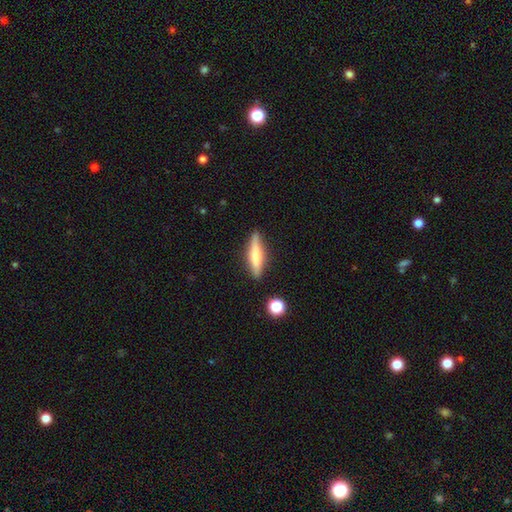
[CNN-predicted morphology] A smooth galaxy with no disk features (54%) that is cigar-shaped (82%).

Vote fractions:
- Smooth or featured? smooth: 54% / featured or disk: 39% / star or artifact: 7%
- How rounded? cigar-shaped: 82% / in between: 16% / round: 2%
- Merging? none: 86% / minor disturbance: 10% / major disturbance: 2% / merger: 2%